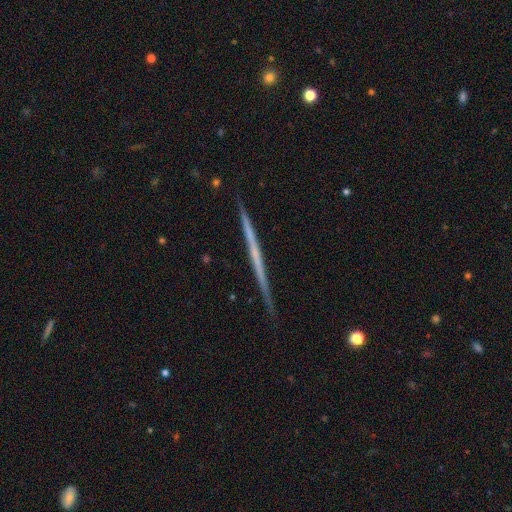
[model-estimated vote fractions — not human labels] Morphology: type=featured or disk (66%); edge-on=yes (98%); edge-on bulge=none (90%); merging=none (90%).